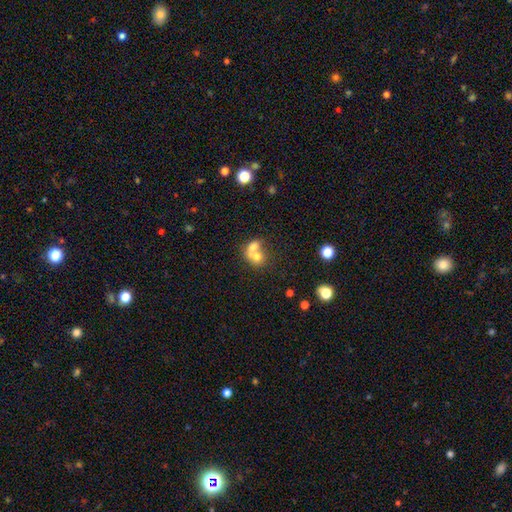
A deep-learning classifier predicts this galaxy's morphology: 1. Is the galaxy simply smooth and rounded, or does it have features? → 66% smooth, 24% featured or disk, 10% star or artifact.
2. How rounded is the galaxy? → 49% in between (tied), 49% round (tied), 2% cigar-shaped.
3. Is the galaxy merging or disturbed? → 74% merger, 16% none, 5% minor disturbance, 5% major disturbance.